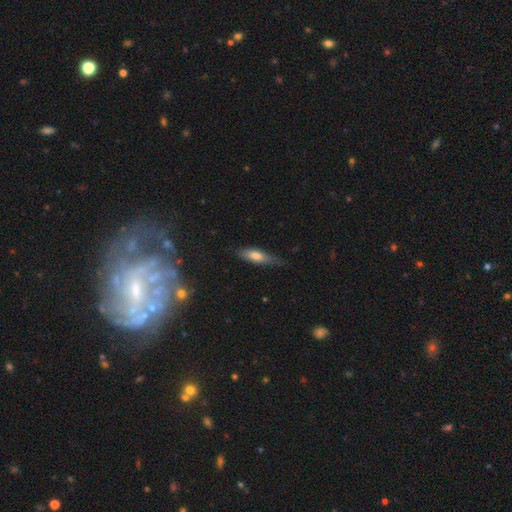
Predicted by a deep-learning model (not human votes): Smooth or featured? Predicted: smooth (p=0.68). How rounded? Predicted: cigar-shaped (p=0.52). Merging? Predicted: none (p=0.62).